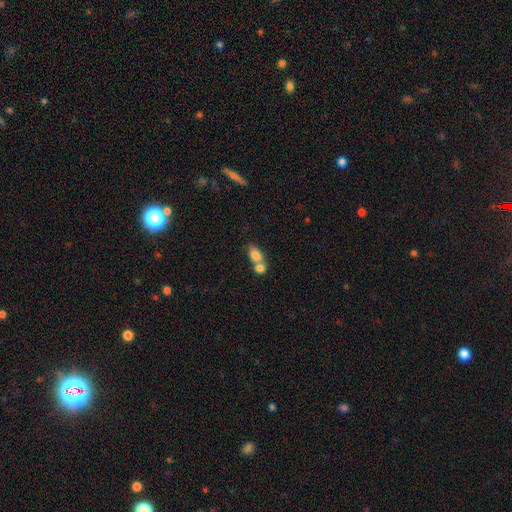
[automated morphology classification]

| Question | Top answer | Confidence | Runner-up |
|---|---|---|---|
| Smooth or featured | smooth | 78% | featured or disk (14%) |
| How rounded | in between | 78% | round (18%) |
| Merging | merger | 67% | none (23%) |